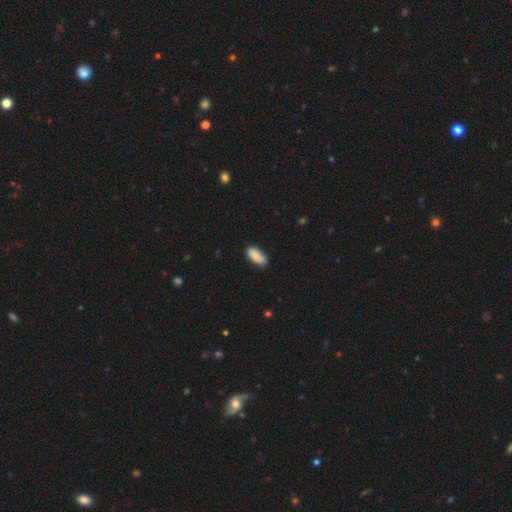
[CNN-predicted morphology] Overall: smooth (83%). How rounded: in between (89%). Merging: none (80%).